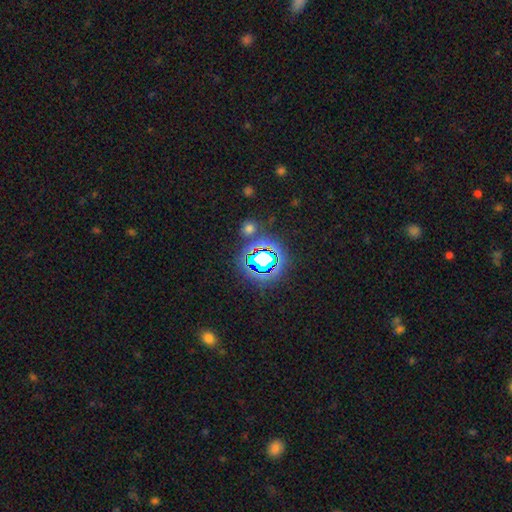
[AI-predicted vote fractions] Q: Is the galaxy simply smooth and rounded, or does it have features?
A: star or artifact — 73%.